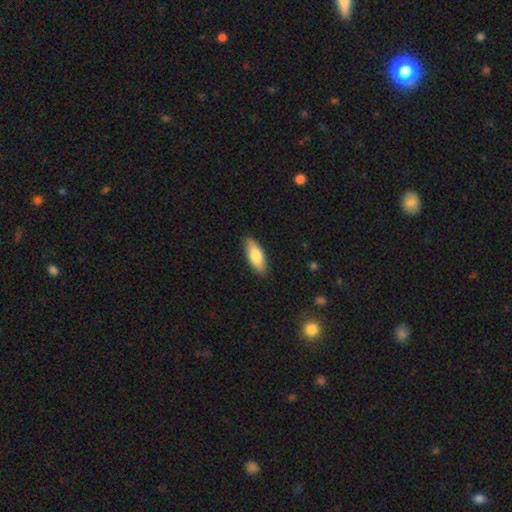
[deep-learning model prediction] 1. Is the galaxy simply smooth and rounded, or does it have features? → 81% smooth, 14% featured or disk, 5% star or artifact.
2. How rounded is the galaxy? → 72% in between, 26% cigar-shaped, 2% round.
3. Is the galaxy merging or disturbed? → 87% none, 10% minor disturbance, 2% major disturbance, 1% merger.